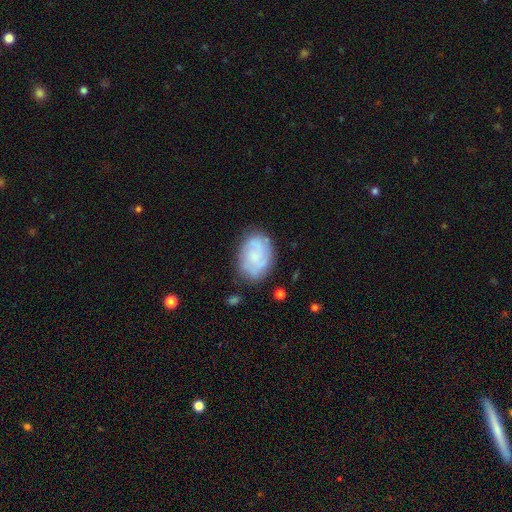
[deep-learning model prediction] A featured or disk galaxy (58%) with no bar (73%), spiral arms (81%) and a small central bulge (59%). Merging: none (73%).